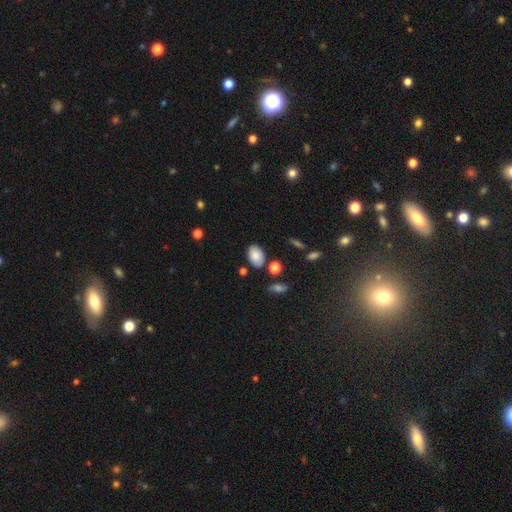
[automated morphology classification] Q: Smooth or featured?
A: smooth (84%); runner-up: star or artifact (8%)
Q: How rounded?
A: in between (89%); runner-up: round (9%)
Q: Merging?
A: none (79%); runner-up: minor disturbance (13%)